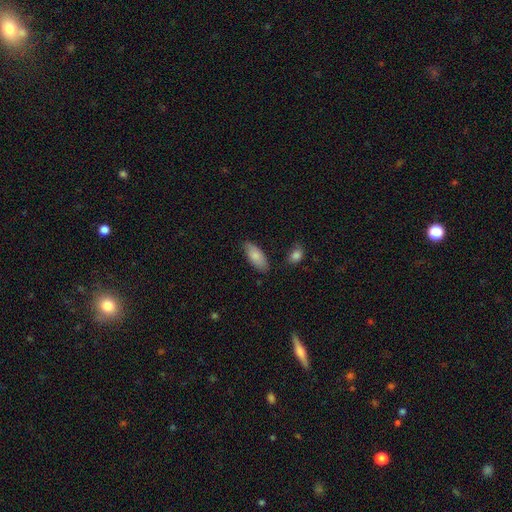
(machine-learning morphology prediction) Smooth or featured? smooth (83%)
How rounded? in between (85%)
Merging? none (78%)